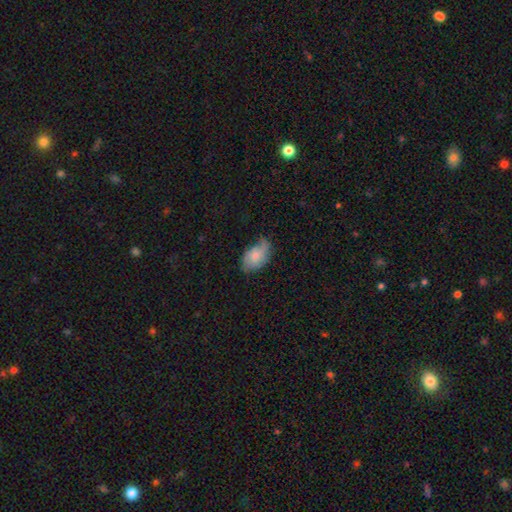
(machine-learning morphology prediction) The model was most divided on "merging": none: 49%, minor disturbance: 37%, major disturbance: 12%, merger: 2%. More confident: how rounded — in between (91%); smooth or featured — smooth (62%).